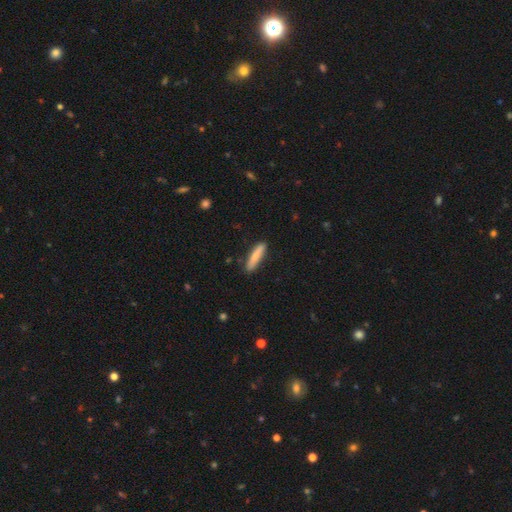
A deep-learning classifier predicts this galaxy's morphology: Smooth or featured: smooth — 81% (featured or disk — 13%)
How rounded: cigar-shaped — 83% (in between — 16%)
Merging: none — 86% (minor disturbance — 10%)